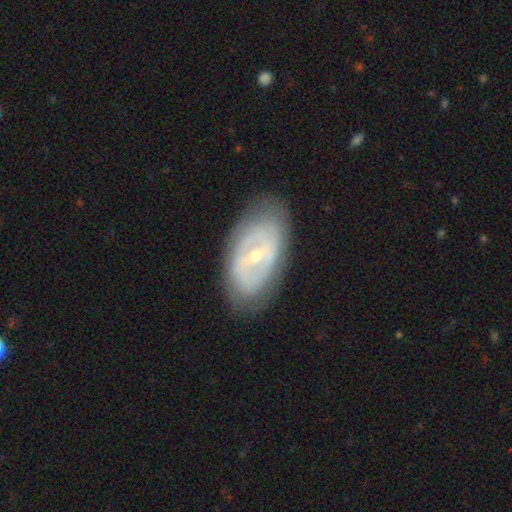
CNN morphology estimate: Smooth or featured: featured or disk — 71% (smooth — 23%)
Edge-on disk: no — 92% (yes — 8%)
Bar: weak — 41% (no — 33%)
Spiral arms: no — 54% (yes — 46%)
Bulge size: small — 64% (moderate — 33%)
Merging: none — 78% (minor disturbance — 16%)